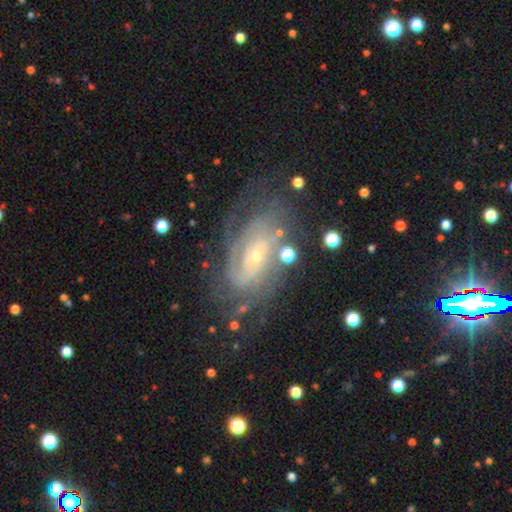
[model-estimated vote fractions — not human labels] Morphology: type=featured or disk (82%); edge-on=no (95%); bar=no (61%); spiral arms=yes (90%); winding=tight (65%); arm count=can't tell (45%); bulge=small (78%); merging=none (64%).